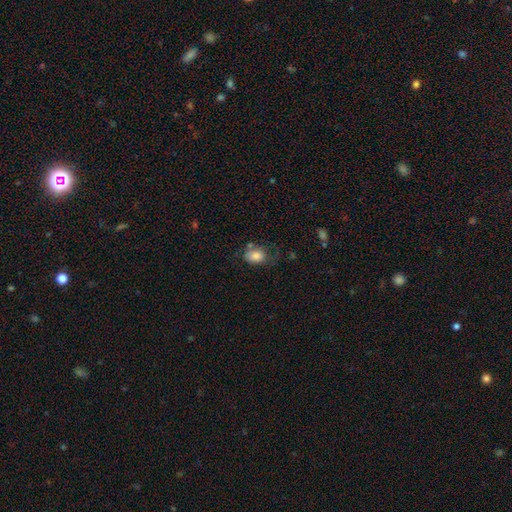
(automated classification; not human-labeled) Smooth or featured? smooth (81%)
How rounded? in between (76%)
Merging? none (48%)